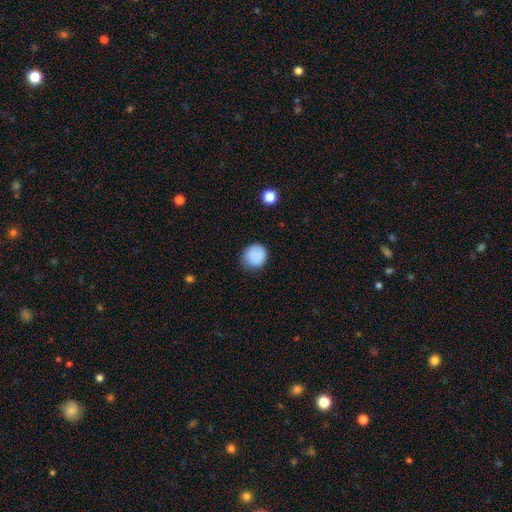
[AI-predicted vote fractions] Smooth or featured: smooth — 87% (star or artifact — 8%)
How rounded: round — 88% (in between — 11%)
Merging: none — 76% (minor disturbance — 19%)